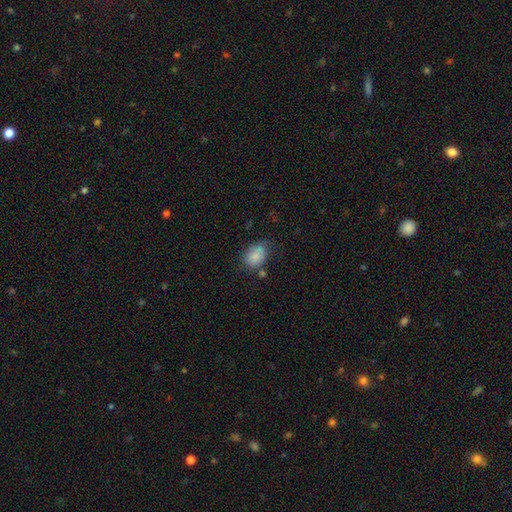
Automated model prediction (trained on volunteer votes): A smooth galaxy with no disk features (83%) that is in between round and cigar-shaped (73%).

Vote fractions:
- Smooth or featured? smooth: 83% / featured or disk: 8% / star or artifact: 8%
- How rounded? in between: 73% / round: 26% / cigar-shaped: 1%
- Merging? none: 55% / minor disturbance: 29% / major disturbance: 9% / merger: 7%